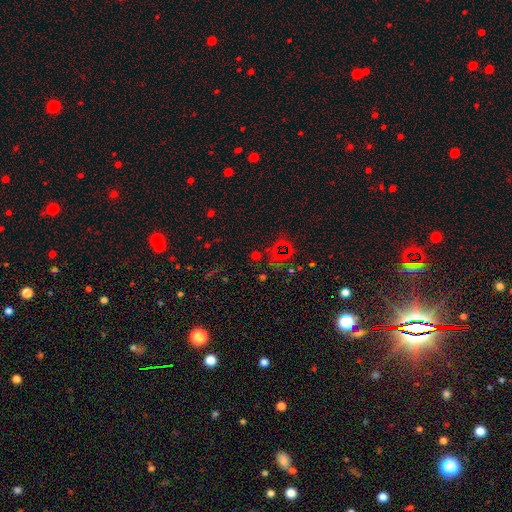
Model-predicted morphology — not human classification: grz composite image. It shows a star or artifact, not a galaxy (59%).